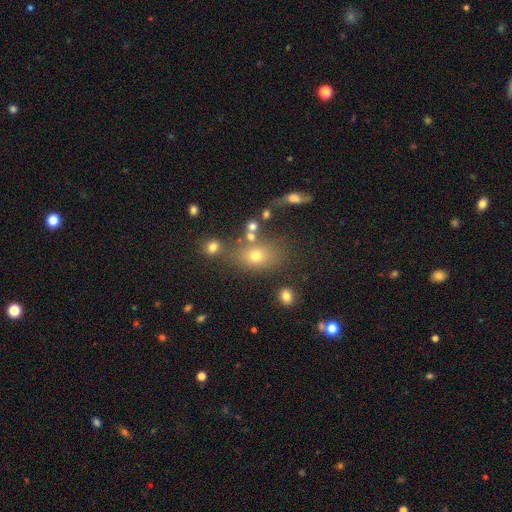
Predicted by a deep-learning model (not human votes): Overall: smooth (66%). How rounded: in between (65%; round 32%). Merging: none (58%; merger 19%).